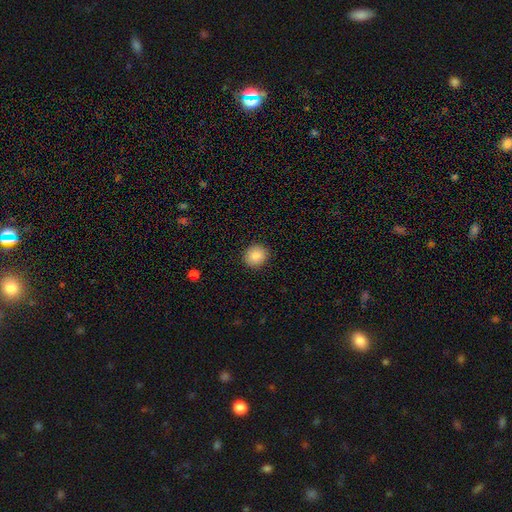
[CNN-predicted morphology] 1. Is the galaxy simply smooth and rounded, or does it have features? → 83% smooth, 9% star or artifact, 8% featured or disk.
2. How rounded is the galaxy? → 84% round, 15% in between, 1% cigar-shaped.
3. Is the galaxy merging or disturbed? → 91% none, 7% minor disturbance, 2% major disturbance, 1% merger.